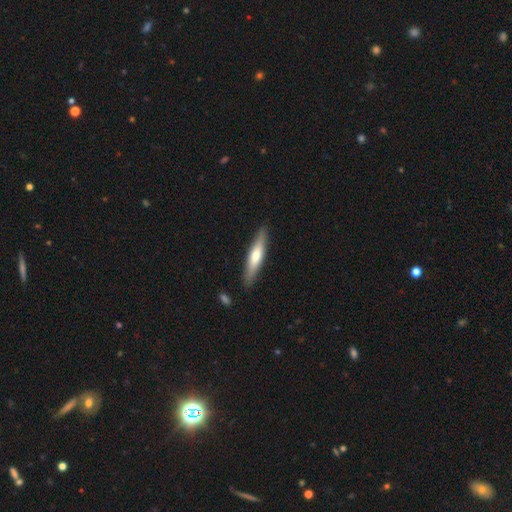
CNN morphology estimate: The model was most divided on "smooth or featured": smooth: 54%, featured or disk: 41%, star or artifact: 5%. More confident: merging — none (88%); how rounded — cigar-shaped (86%).